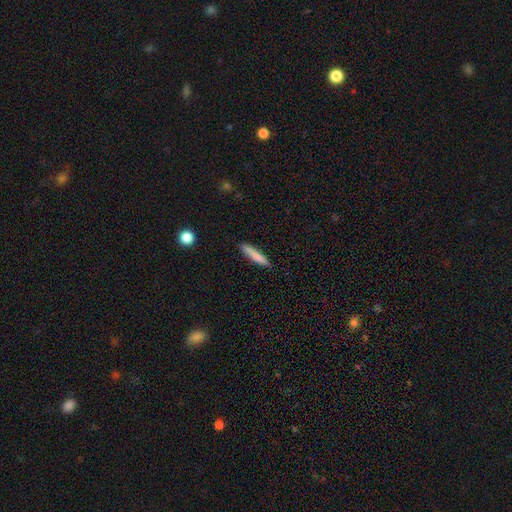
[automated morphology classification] This appears to be a smooth galaxy with no disk features (80%) that is cigar-shaped (90%). Merging: none (85%).